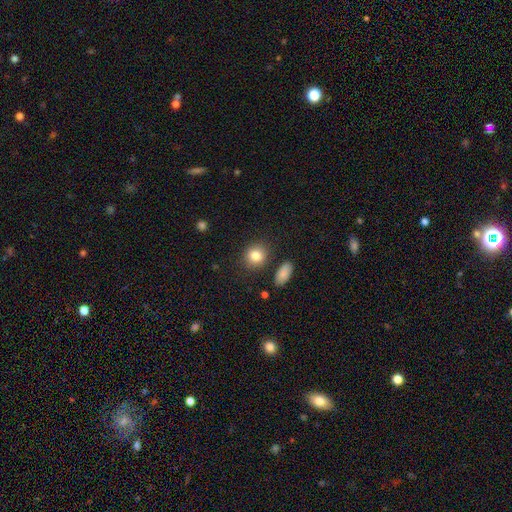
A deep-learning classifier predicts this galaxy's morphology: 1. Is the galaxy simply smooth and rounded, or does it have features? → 85% smooth, 9% star or artifact, 7% featured or disk.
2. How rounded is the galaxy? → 68% round, 31% in between, 1% cigar-shaped.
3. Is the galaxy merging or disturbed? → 81% none, 11% minor disturbance, 5% merger, 3% major disturbance.